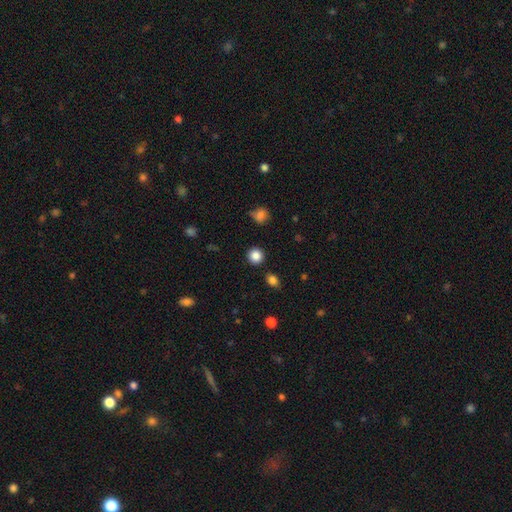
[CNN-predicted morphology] A smooth galaxy with no disk features (85%) that is round (91%).

Vote fractions:
- Smooth or featured? smooth: 85% / star or artifact: 11% / featured or disk: 4%
- How rounded? round: 91% / in between: 8% / cigar-shaped: 1%
- Merging? none: 89% / minor disturbance: 7% / merger: 3% / major disturbance: 2%